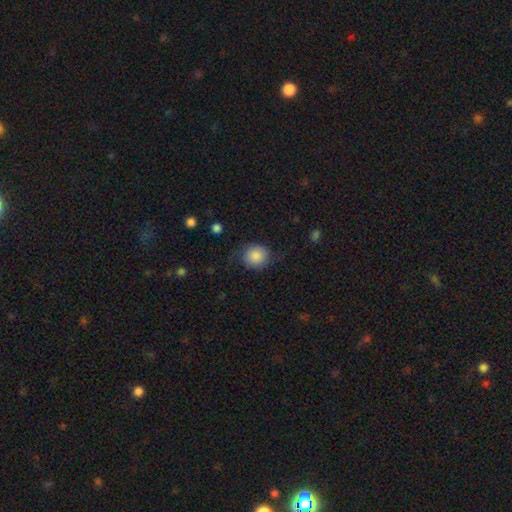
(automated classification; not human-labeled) Morphology: type=smooth (83%); roundness=round (82%); merging=none (72%).